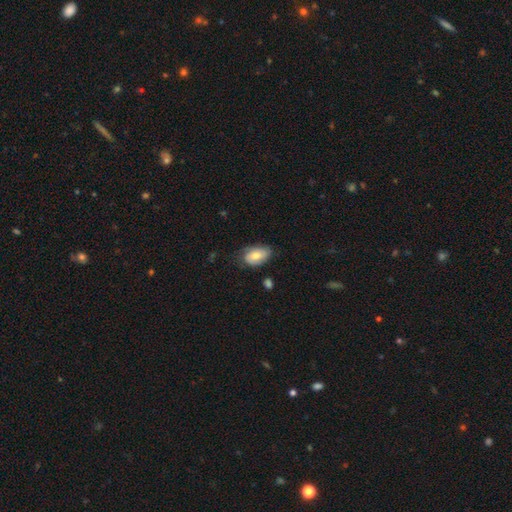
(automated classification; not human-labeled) Smooth or featured?
  - smooth: 60% *
  - featured or disk: 33%
  - star or artifact: 7%
How rounded?
  - in between: 89% *
  - round: 9%
  - cigar-shaped: 2%
Merging?
  - none: 61% *
  - minor disturbance: 29%
  - major disturbance: 8%
  - merger: 2%